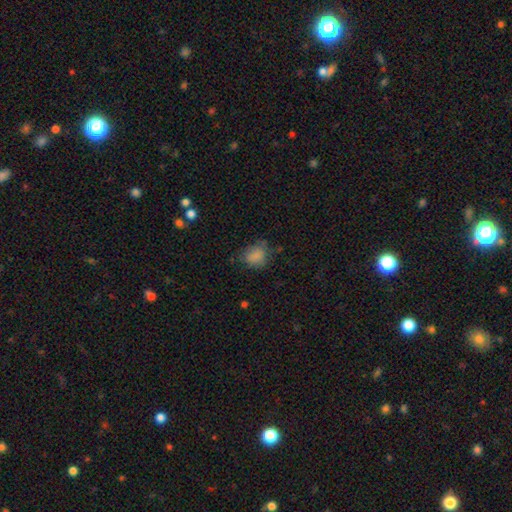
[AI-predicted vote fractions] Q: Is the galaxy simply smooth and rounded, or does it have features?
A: smooth — 81%.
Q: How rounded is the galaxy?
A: in between — 50%.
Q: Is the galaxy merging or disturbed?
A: none — 58%.